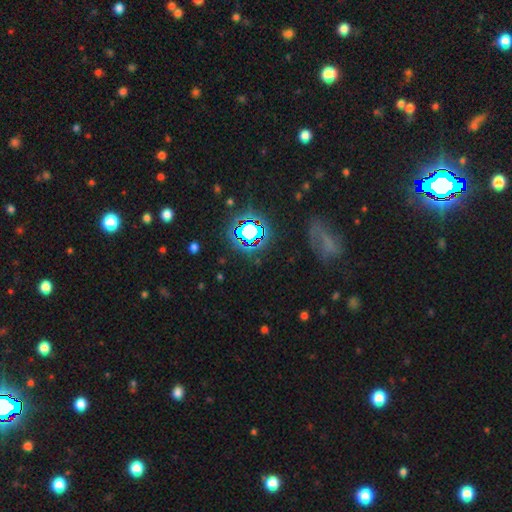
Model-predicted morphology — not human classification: smooth_or_featured: star or artifact (p=0.75) [alt: smooth p=0.15]